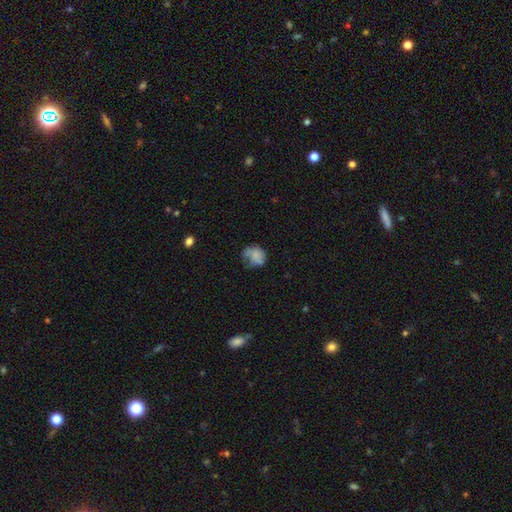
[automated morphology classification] Q: Smooth or featured?
A: smooth (65%); runner-up: featured or disk (25%)
Q: How rounded?
A: round (53%); runner-up: in between (46%)
Q: Merging?
A: none (36%); runner-up: minor disturbance (31%)